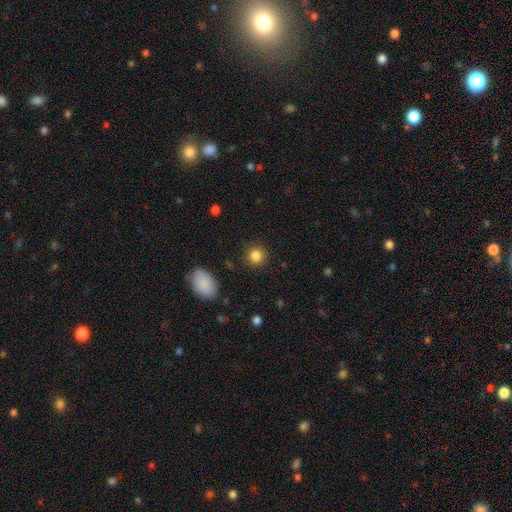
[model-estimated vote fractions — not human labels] smooth_or_featured: smooth (p=0.85) [alt: star or artifact p=0.11]
how_rounded: round (p=0.88) [alt: in between p=0.11]
merging: none (p=0.90) [alt: minor disturbance p=0.06]